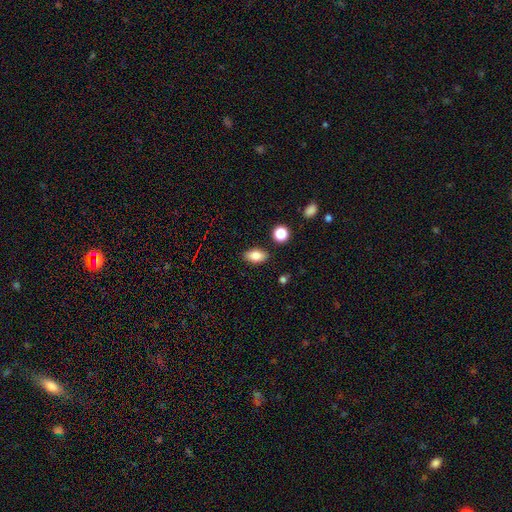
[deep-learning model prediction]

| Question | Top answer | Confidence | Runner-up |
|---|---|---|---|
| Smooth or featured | smooth | 83% | star or artifact (9%) |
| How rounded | in between | 88% | round (8%) |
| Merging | none | 86% | minor disturbance (9%) |